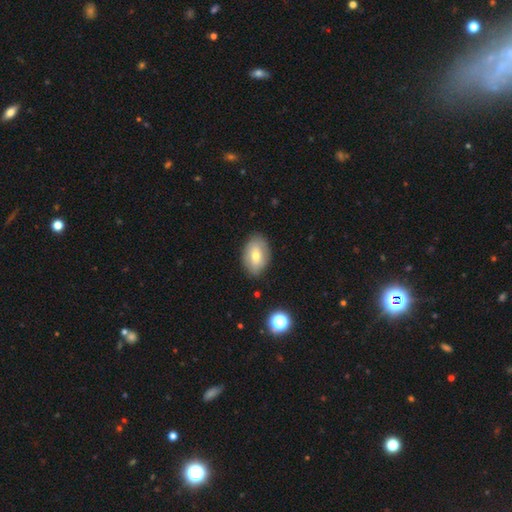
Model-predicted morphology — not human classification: The model was most divided on "smooth or featured": smooth: 63%, featured or disk: 29%, star or artifact: 8%. More confident: how rounded — in between (87%); merging — none (82%).